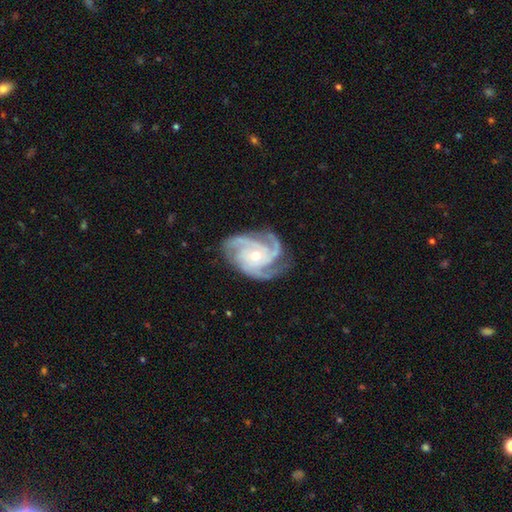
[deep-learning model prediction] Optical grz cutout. It shows a featured or disk galaxy (93%) with no bar (75%), 3 (63%) tight (57%) spiral arms (99%) and a small central bulge (53%). Merging: none (76%).